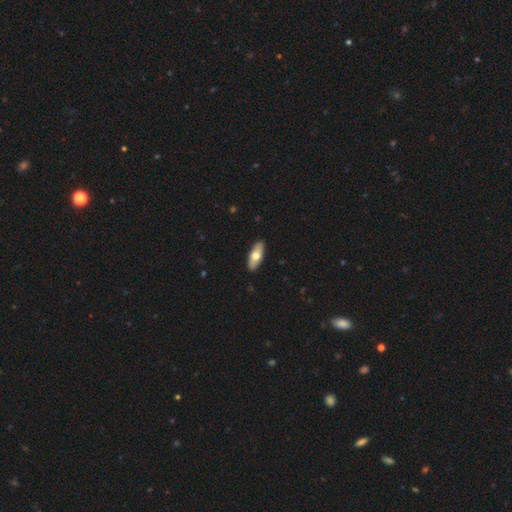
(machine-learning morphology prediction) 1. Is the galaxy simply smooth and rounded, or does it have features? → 63% smooth, 32% featured or disk, 5% star or artifact.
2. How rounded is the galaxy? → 74% in between, 24% cigar-shaped, 3% round.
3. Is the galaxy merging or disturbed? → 91% none, 7% minor disturbance, 1% major disturbance, 1% merger.